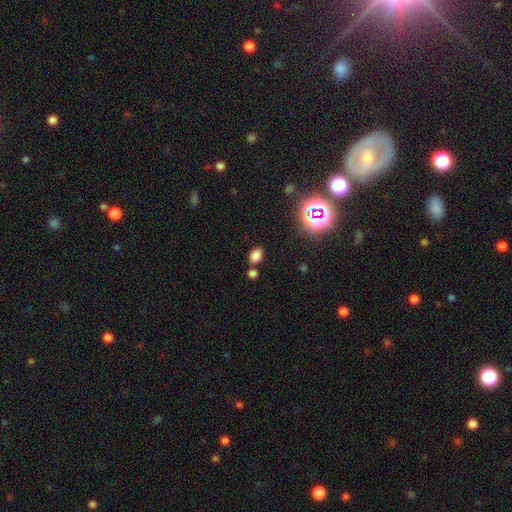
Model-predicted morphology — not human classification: type=smooth (76%); roundness=in between (73%); merging=none (72%).